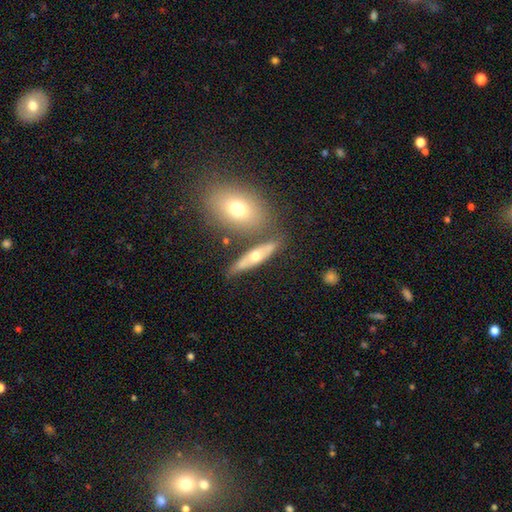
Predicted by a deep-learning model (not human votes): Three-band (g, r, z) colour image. It shows a featured or disk galaxy (49%). Merging: none (66%).